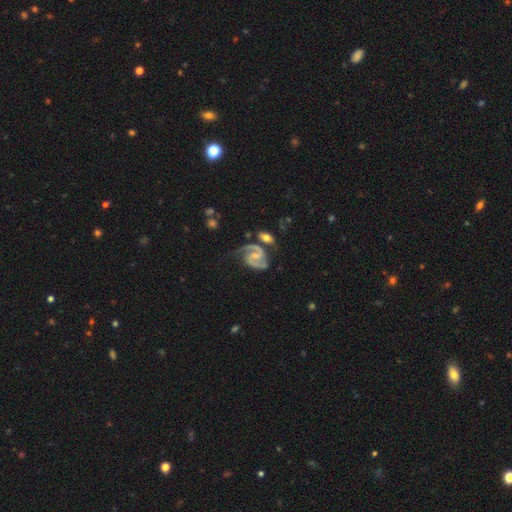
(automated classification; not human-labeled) A featured or disk galaxy (91%) with a weak bar (45%), 2 (93%) medium (60%) spiral arms (98%) and a small central bulge (56%).

Vote fractions:
- Smooth or featured? featured or disk: 91% / star or artifact: 4% / smooth: 4%
- Edge-on disk? no: 98% / yes: 2%
- Bar? weak: 45% / no: 37% / strong: 18%
- Spiral arms? yes: 98% / no: 2%
- Spiral winding? medium: 60% / tight: 25% / loose: 15%
- Spiral arm count? 2: 93% / can't tell: 2% / 1: 2% / 3: 2% / 4: 1% / more than 4: 1%
- Bulge size? small: 56% / moderate: 26% / none: 15% / large: 2% / dominant: 1%
- Merging? none: 62% / minor disturbance: 19% / merger: 11% / major disturbance: 8%